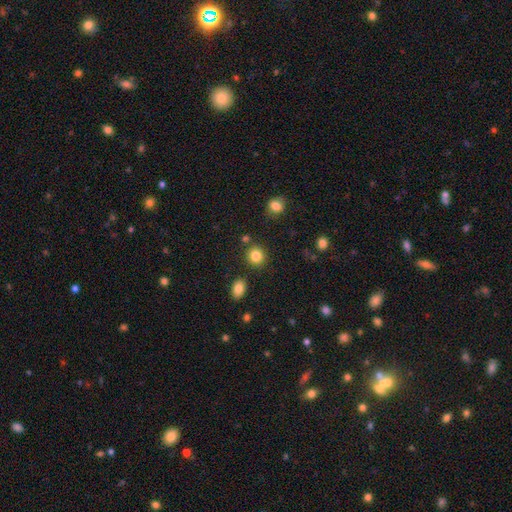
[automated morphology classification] A smooth galaxy with no disk features (84%) that is round (87%). Merging: none (85%).